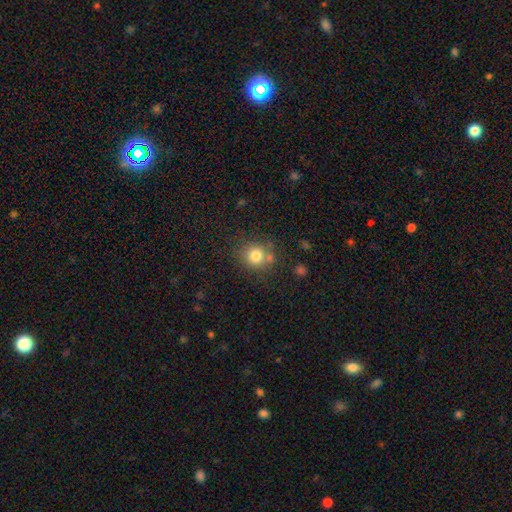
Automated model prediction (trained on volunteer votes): smooth 79%, star or artifact 12%, featured or disk 9%. Down the decision tree: how rounded — round (86%); merging — none (70%).